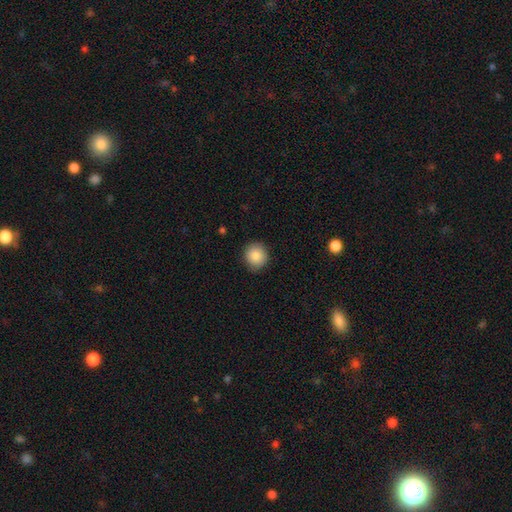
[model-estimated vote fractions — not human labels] Q: Smooth or featured?
A: smooth (86%); runner-up: star or artifact (8%)
Q: How rounded?
A: round (88%); runner-up: in between (11%)
Q: Merging?
A: none (86%); runner-up: minor disturbance (11%)